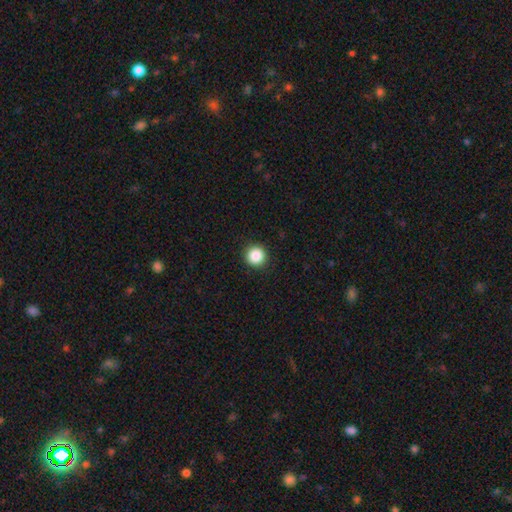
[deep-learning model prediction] Smooth or featured: smooth — 87% (star or artifact — 10%)
How rounded: round — 95% (in between — 4%)
Merging: none — 92% (minor disturbance — 5%)